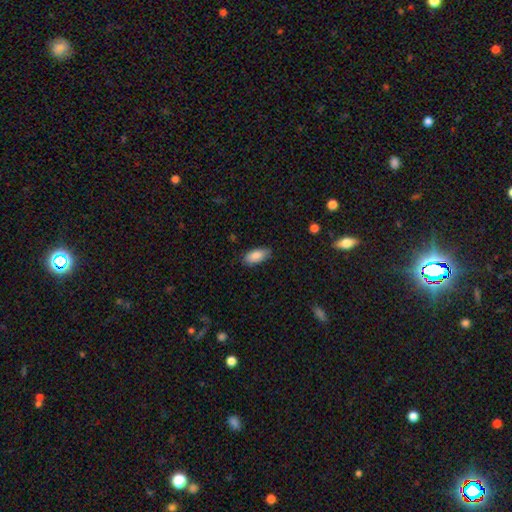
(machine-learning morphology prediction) A smooth galaxy with no disk features (87%) that is in between round and cigar-shaped (91%).

Vote fractions:
- Smooth or featured? smooth: 87% / featured or disk: 7% / star or artifact: 6%
- How rounded? in between: 91% / cigar-shaped: 7% / round: 2%
- Merging? none: 82% / minor disturbance: 14% / major disturbance: 3% / merger: 1%